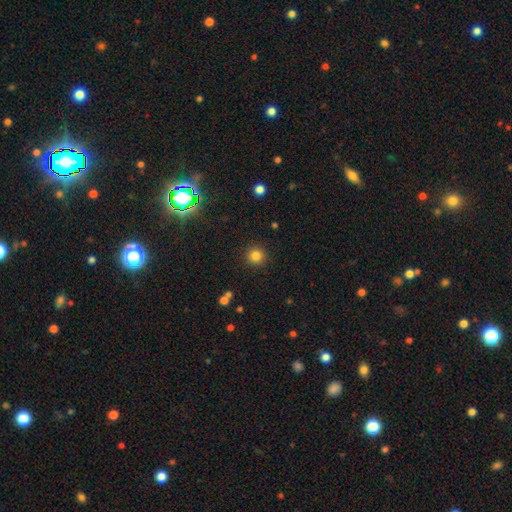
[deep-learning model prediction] Smooth or featured? smooth (82%)
How rounded? round (94%)
Merging? none (91%)